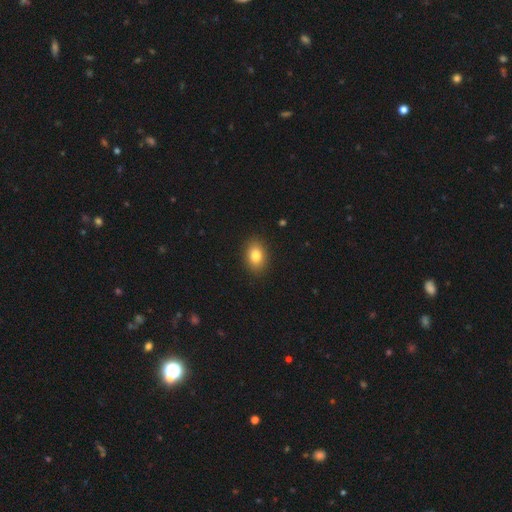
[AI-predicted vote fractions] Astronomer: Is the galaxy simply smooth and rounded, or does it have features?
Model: smooth — 82%.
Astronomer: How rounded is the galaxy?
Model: in between — 76%.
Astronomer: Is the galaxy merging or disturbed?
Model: none — 89%.